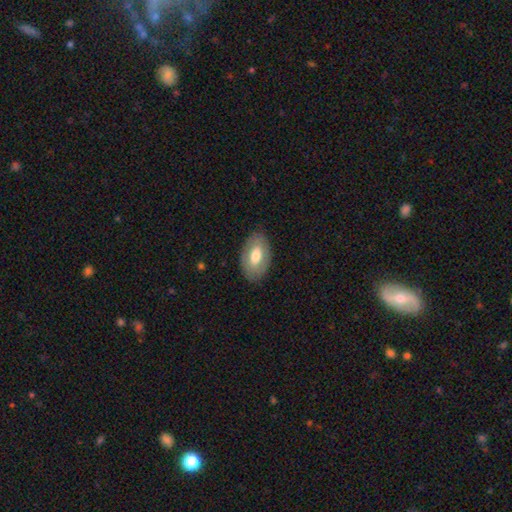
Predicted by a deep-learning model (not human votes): Q: Smooth or featured?
A: smooth (60%); runner-up: featured or disk (34%)
Q: How rounded?
A: in between (93%); runner-up: round (6%)
Q: Merging?
A: none (84%); runner-up: minor disturbance (11%)